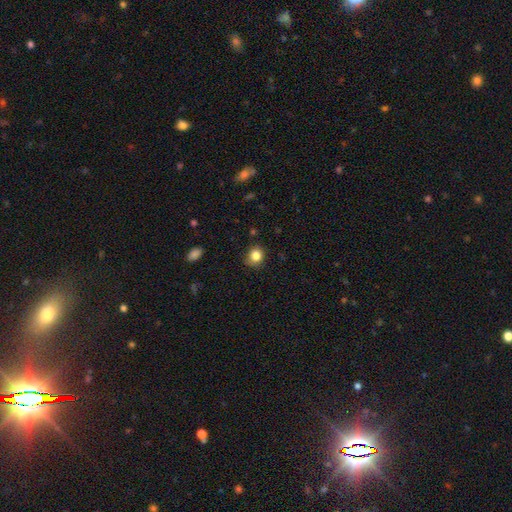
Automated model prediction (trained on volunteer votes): Q: Smooth or featured?
A: smooth (84%); runner-up: star or artifact (11%)
Q: How rounded?
A: round (78%); runner-up: in between (22%)
Q: Merging?
A: none (79%); runner-up: minor disturbance (17%)